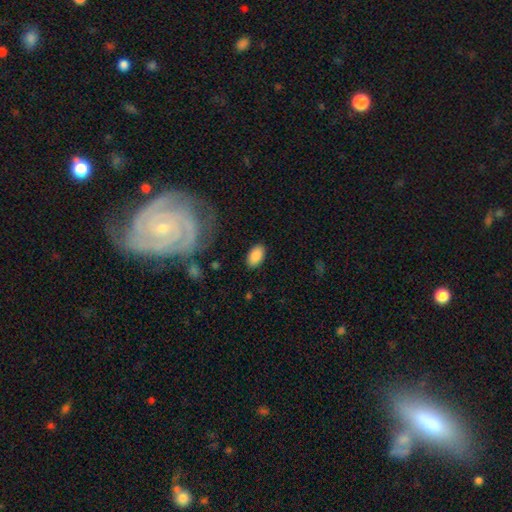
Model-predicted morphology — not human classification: A smooth galaxy with no disk features (87%) that is in between round and cigar-shaped (94%).

Vote fractions:
- Smooth or featured? smooth: 87% / star or artifact: 7% / featured or disk: 6%
- How rounded? in between: 94% / round: 5% / cigar-shaped: 2%
- Merging? none: 86% / minor disturbance: 10% / major disturbance: 3% / merger: 2%